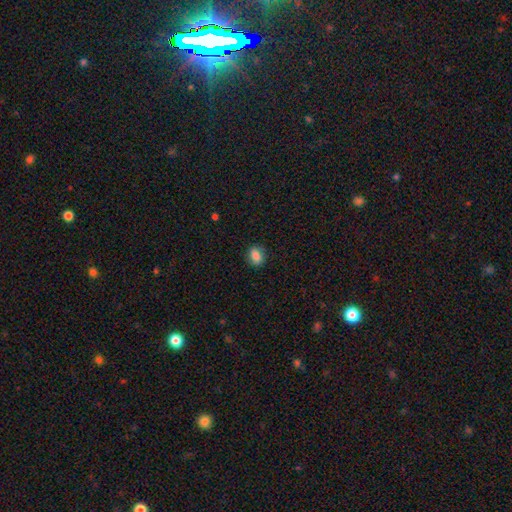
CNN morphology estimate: Smooth or featured: smooth — 85% (star or artifact — 9%)
How rounded: in between — 65% (round — 33%)
Merging: none — 83% (minor disturbance — 12%)